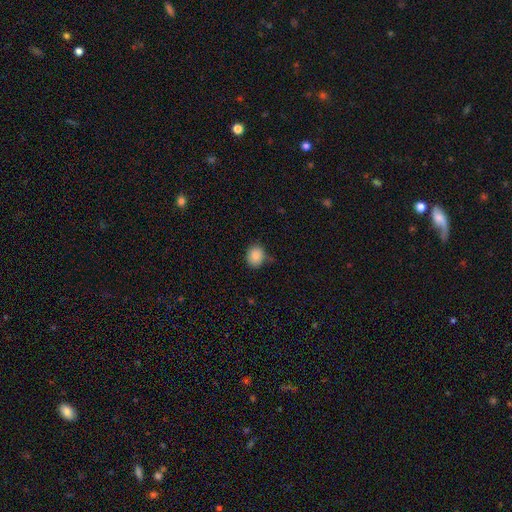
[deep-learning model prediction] smooth 87%, star or artifact 9%, featured or disk 4%. Down the decision tree: how rounded — round (62%); merging — none (75%).